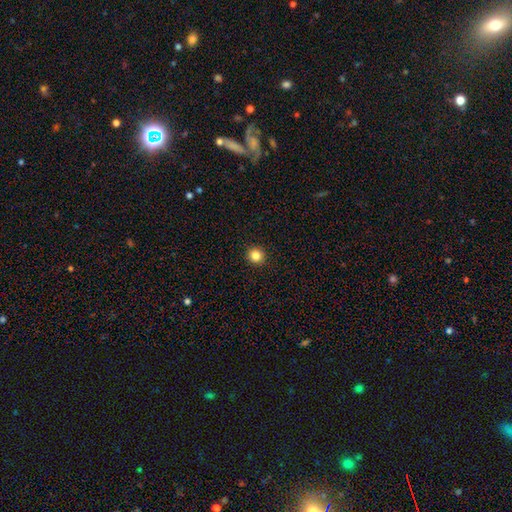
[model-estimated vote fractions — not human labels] smooth-or-featured: smooth: 84% | star or artifact: 12% | featured or disk: 4%
  how-rounded: round: 94% | in between: 5% | cigar-shaped: 1%
  merging: none: 93% | minor disturbance: 4% | major disturbance: 1% | merger: 1%